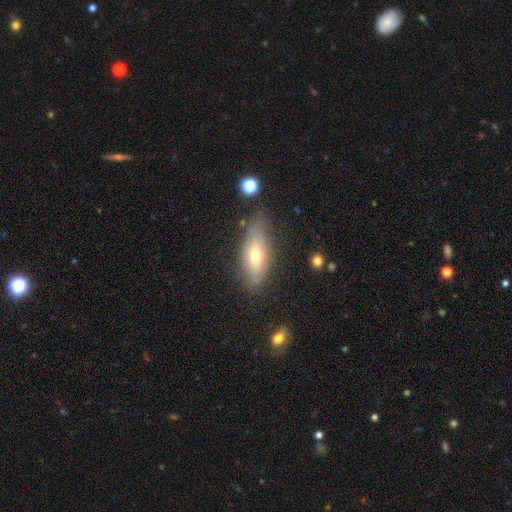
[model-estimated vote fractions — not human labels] Smooth or featured? Predicted: smooth (p=0.55). How rounded? Predicted: in between (p=0.66). Merging? Predicted: none (p=0.73).